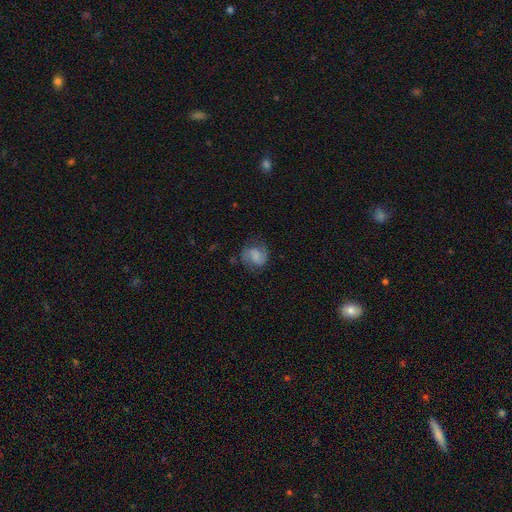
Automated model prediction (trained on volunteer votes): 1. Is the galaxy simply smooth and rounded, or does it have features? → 58% featured or disk, 33% smooth, 9% star or artifact.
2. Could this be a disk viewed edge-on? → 98% no, 2% yes.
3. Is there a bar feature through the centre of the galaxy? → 46% no, 41% weak, 12% strong.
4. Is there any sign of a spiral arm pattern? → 91% yes, 9% no.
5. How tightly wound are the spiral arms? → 50% medium, 26% loose, 24% tight.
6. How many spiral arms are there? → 86% 2, 7% can't tell, 4% 1, 2% 3, 1% 4, 1% more than 4.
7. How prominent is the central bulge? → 42% none, 24% small, 20% moderate, 12% large, 3% dominant.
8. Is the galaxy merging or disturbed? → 68% none, 20% minor disturbance, 11% major disturbance, 2% merger.